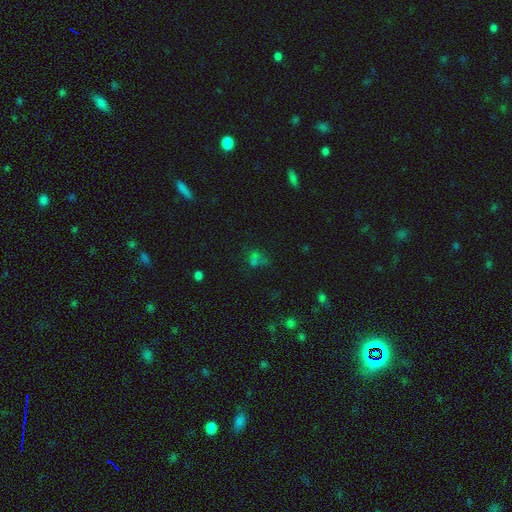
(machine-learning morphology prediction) smooth-or-featured: star or artifact: 47% | smooth: 38% | featured or disk: 15%